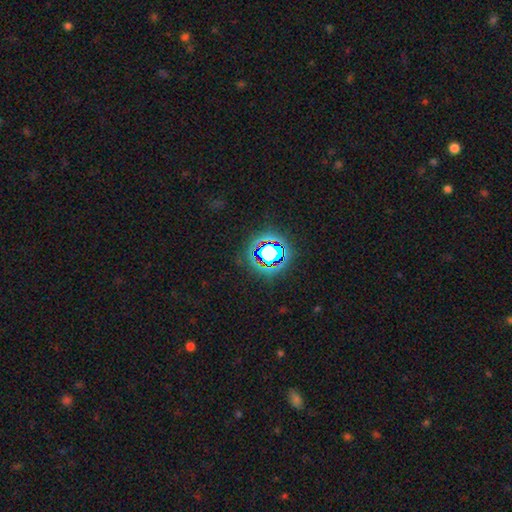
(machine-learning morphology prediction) Smooth or featured? Predicted: star or artifact (p=0.80).